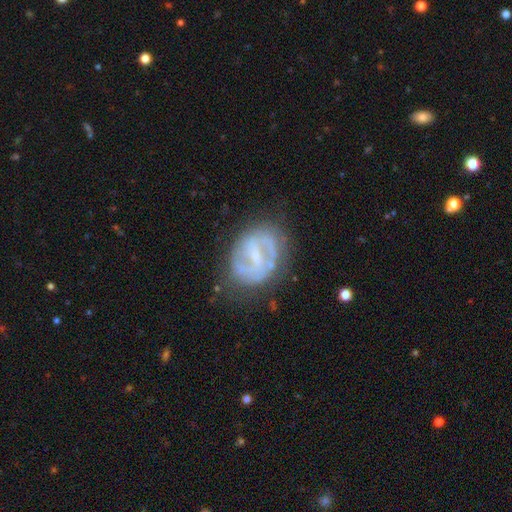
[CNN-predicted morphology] smooth-or-featured: featured or disk: 77% | smooth: 16% | star or artifact: 7%
  disk-edge-on: no: 97% | yes: 3%
    bar: weak: 45% | strong: 38% | no: 17%
    has-spiral-arms: yes: 72% | no: 28%
      spiral-winding: medium: 42% | tight: 37% | loose: 21%
      spiral-arm-count: 2: 63% | can't tell: 24% | 3: 5% | 1: 5% | 4: 2% | more than 4: 2%
    bulge-size: small: 56% | moderate: 28% | none: 14% | large: 2% | dominant: 1%
  merging: none: 65% | minor disturbance: 21% | major disturbance: 12% | merger: 2%